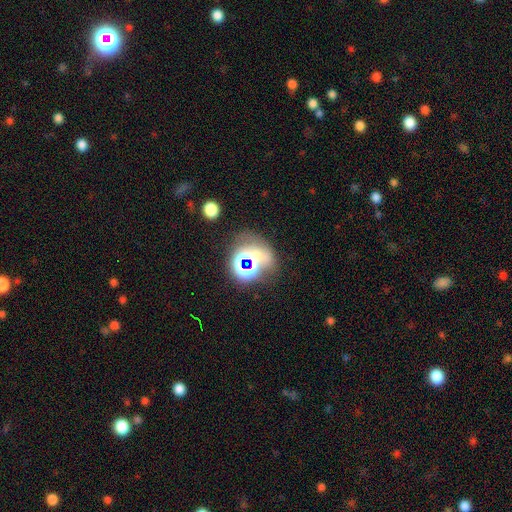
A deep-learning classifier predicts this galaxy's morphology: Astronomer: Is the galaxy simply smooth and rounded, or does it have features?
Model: star or artifact — 45% (runner-up: smooth, 38%).